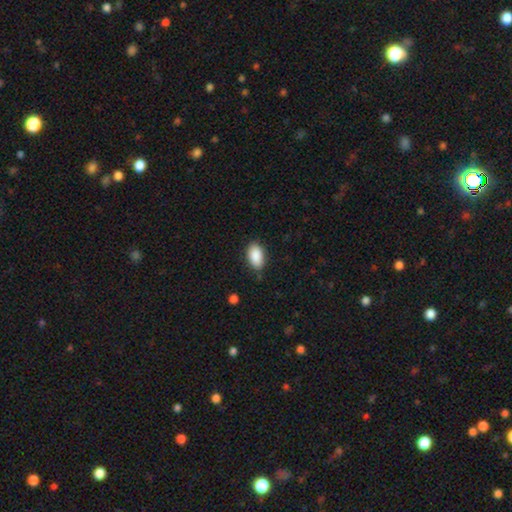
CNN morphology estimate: smooth-or-featured: smooth: 90% | star or artifact: 7% | featured or disk: 3%
  how-rounded: in between: 94% | round: 4% | cigar-shaped: 2%
  merging: none: 82% | minor disturbance: 14% | major disturbance: 3% | merger: 1%